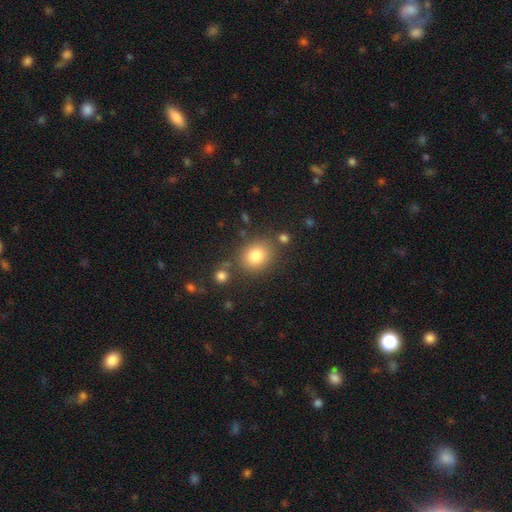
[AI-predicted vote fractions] Smooth or featured? smooth (81%)
How rounded? round (68%)
Merging? none (78%)